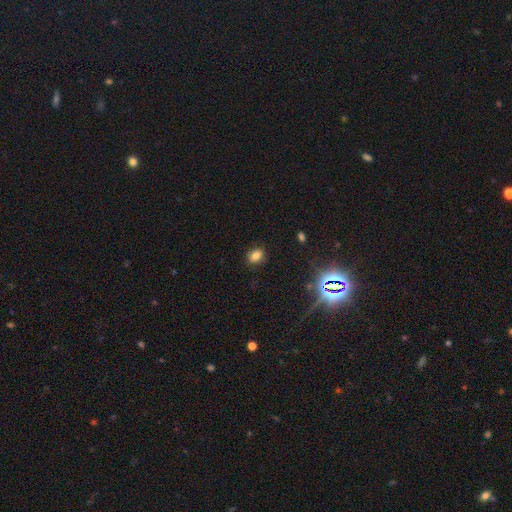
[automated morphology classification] A smooth galaxy with no disk features (79%) that is in between round and cigar-shaped (59%).

Vote fractions:
- Smooth or featured? smooth: 79% / star or artifact: 15% / featured or disk: 7%
- How rounded? in between: 59% / round: 40% / cigar-shaped: 1%
- Merging? none: 87% / minor disturbance: 9% / major disturbance: 3% / merger: 1%